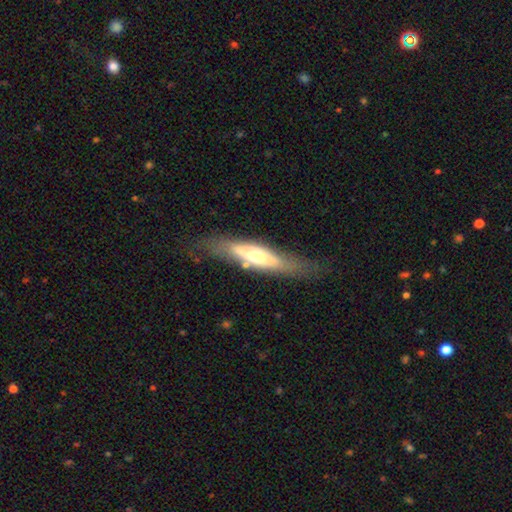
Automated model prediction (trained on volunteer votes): A featured or disk galaxy (54%) viewed edge-on (61%). Merging: none (67%).